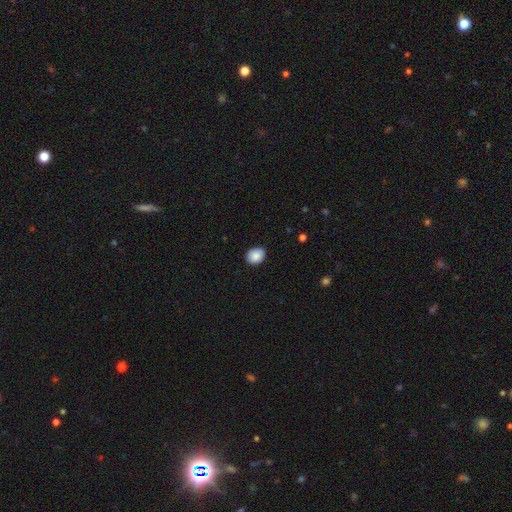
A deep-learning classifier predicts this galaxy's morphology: Q: Smooth or featured?
A: smooth (87%); runner-up: star or artifact (8%)
Q: How rounded?
A: round (55%); runner-up: in between (44%)
Q: Merging?
A: none (87%); runner-up: minor disturbance (10%)